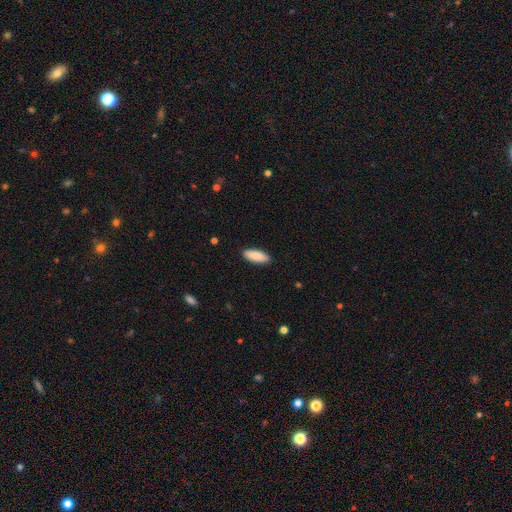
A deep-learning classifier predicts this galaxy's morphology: smooth-or-featured: smooth: 89% | star or artifact: 6% | featured or disk: 5%
  how-rounded: in between: 72% | cigar-shaped: 26% | round: 2%
  merging: none: 89% | minor disturbance: 8% | major disturbance: 2% | merger: 1%